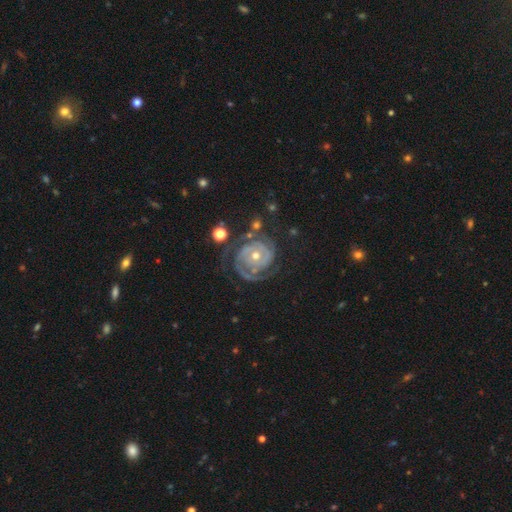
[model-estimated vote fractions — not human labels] Smooth or featured? featured or disk (89%)
Edge-on disk? no (98%)
Bar? no (75%)
Spiral arms? yes (96%)
Spiral winding? tight (76%)
Spiral arm count? 2 (49%)
Bulge size? moderate (52%)
Merging? none (64%)